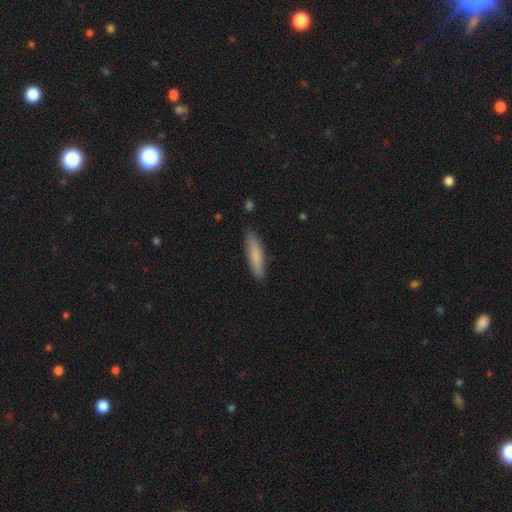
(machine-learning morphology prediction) Smooth or featured? Predicted: smooth (p=0.80). How rounded? Predicted: cigar-shaped (p=0.79). Merging? Predicted: none (p=0.87).